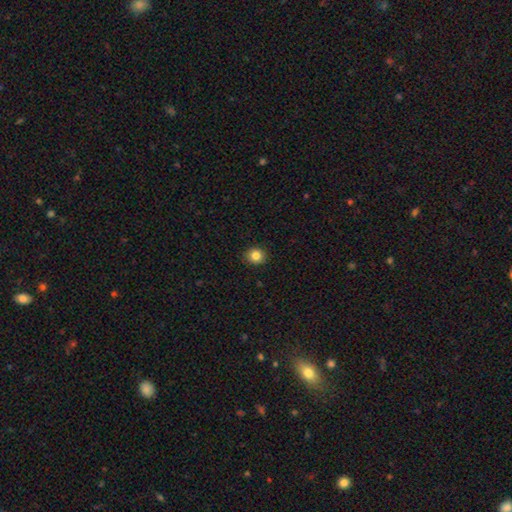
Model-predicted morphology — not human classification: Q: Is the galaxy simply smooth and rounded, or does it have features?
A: smooth — 84%.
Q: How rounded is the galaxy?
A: round — 82%.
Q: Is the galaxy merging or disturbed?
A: none — 91%.